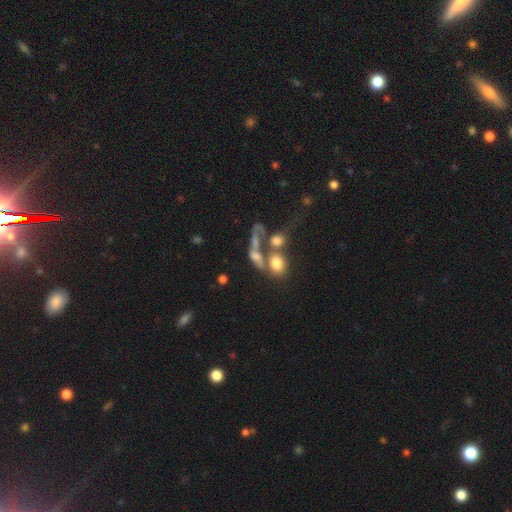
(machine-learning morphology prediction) Smooth or featured? Predicted: smooth (p=0.54). How rounded? Predicted: in between (p=0.62). Merging? Predicted: merger (p=0.55).